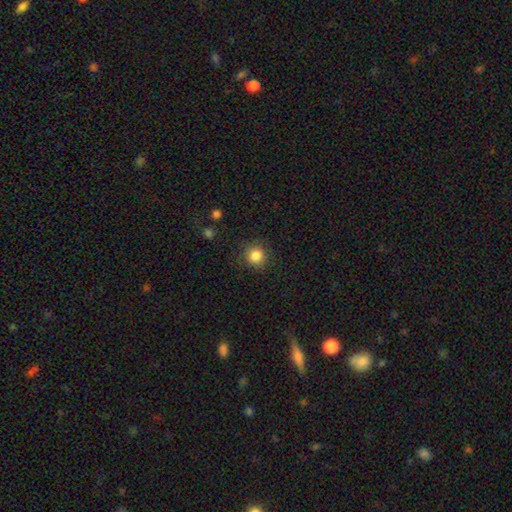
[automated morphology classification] smooth_or_featured: smooth (p=0.85) [alt: star or artifact p=0.11]
how_rounded: round (p=0.92) [alt: in between p=0.07]
merging: none (p=0.87) [alt: minor disturbance p=0.09]